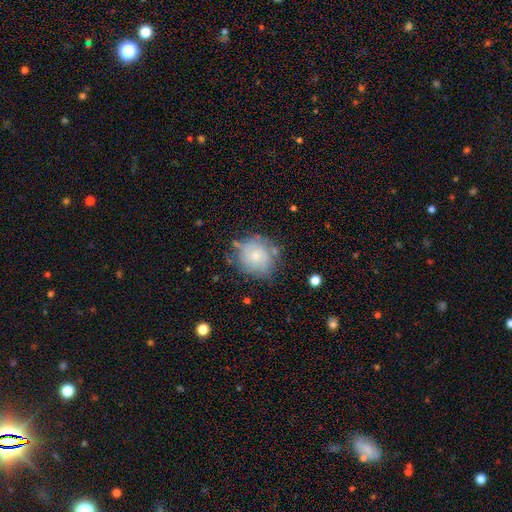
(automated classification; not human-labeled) Smooth or featured? Predicted: smooth (p=0.53). How rounded? Predicted: round (p=0.86). Merging? Predicted: none (p=0.64).